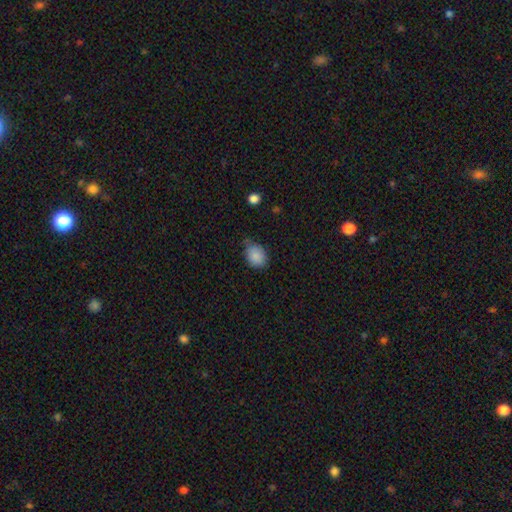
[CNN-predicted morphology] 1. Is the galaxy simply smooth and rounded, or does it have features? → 87% smooth, 8% star or artifact, 5% featured or disk.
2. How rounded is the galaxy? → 61% in between, 38% round, 1% cigar-shaped.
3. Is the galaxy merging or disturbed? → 59% none, 33% minor disturbance, 5% major disturbance, 2% merger.